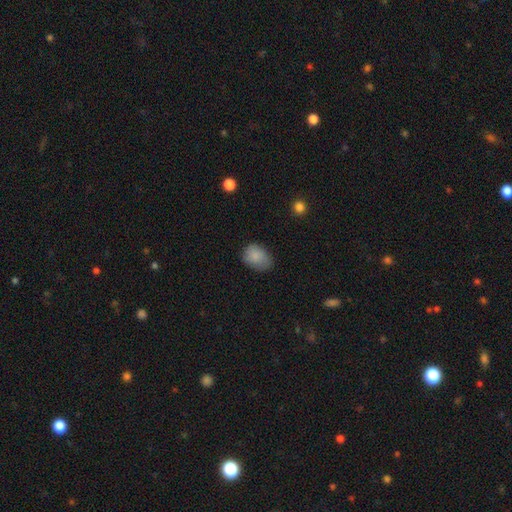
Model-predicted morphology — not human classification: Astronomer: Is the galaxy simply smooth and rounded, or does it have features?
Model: smooth — 86%.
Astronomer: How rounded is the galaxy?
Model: in between — 69%.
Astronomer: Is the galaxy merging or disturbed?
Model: none — 66%.